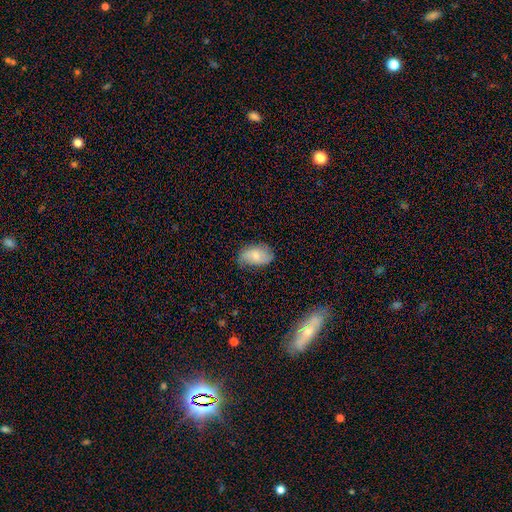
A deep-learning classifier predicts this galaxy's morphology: A smooth galaxy with no disk features (63%) that is in between round and cigar-shaped (91%). Merging: none (66%).